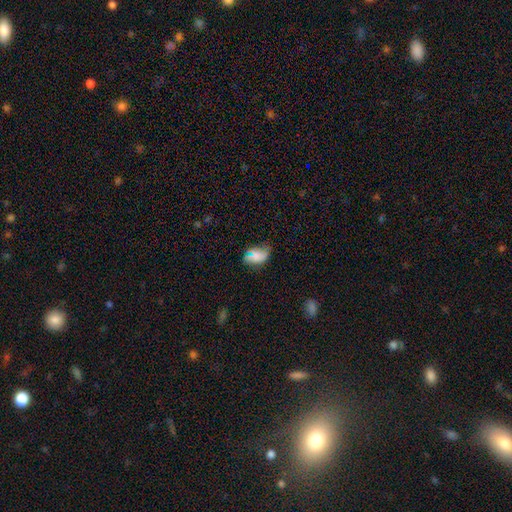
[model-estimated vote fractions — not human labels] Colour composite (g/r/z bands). It shows a smooth galaxy with no disk features (70%) that is in between round and cigar-shaped (87%). Merging: none (54%).